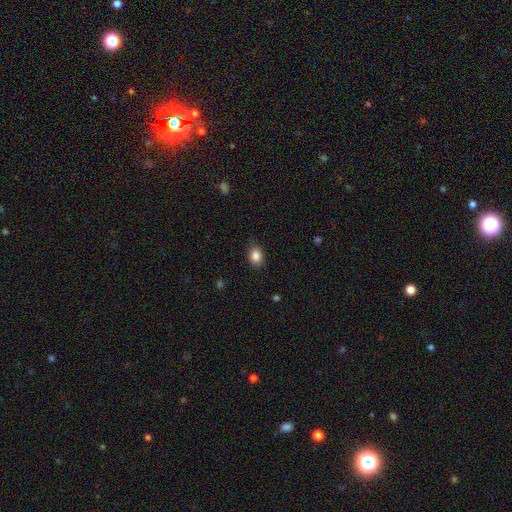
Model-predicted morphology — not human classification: This is clearly a smooth galaxy (86%). How rounded: likely in between (66%). Merging: clearly none (83%).